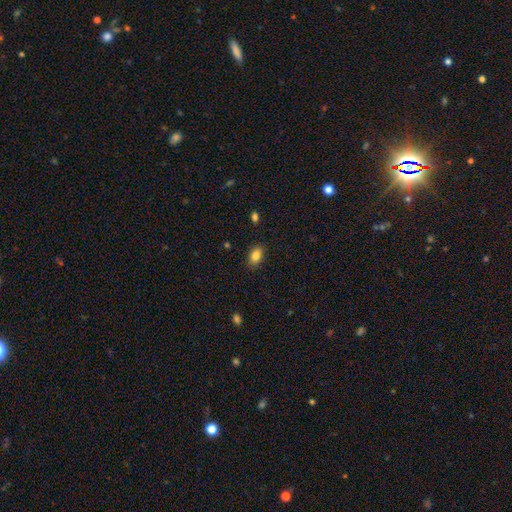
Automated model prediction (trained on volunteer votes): The model was most divided on "how rounded": in between: 85%, round: 14%, cigar-shaped: 2%. More confident: merging — none (85%); smooth or featured — smooth (84%).